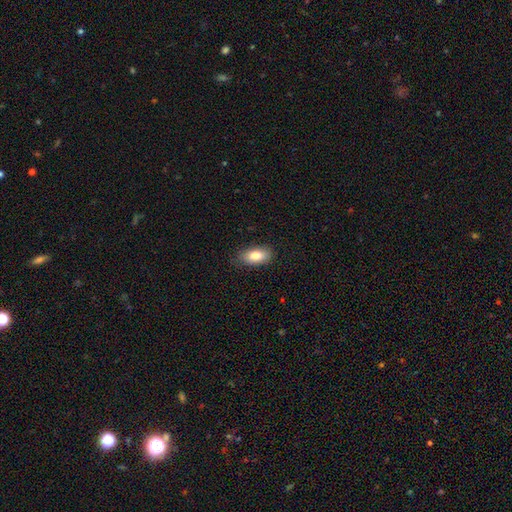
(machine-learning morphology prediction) smooth 83%, featured or disk 10%, star or artifact 7%. Down the decision tree: how rounded — in between (90%); merging — none (81%).